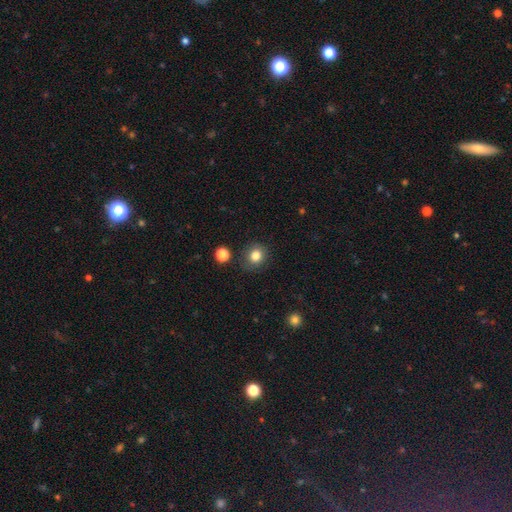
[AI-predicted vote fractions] smooth 83%, star or artifact 11%, featured or disk 6%. Down the decision tree: how rounded — round (80%); merging — none (84%).